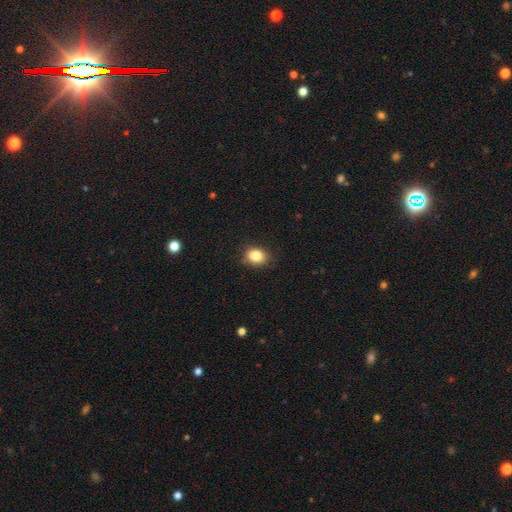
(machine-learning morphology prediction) smooth_or_featured: smooth (p=0.85) [alt: star or artifact p=0.10]
how_rounded: in between (p=0.51) [alt: round p=0.48]
merging: none (p=0.83) [alt: minor disturbance p=0.14]